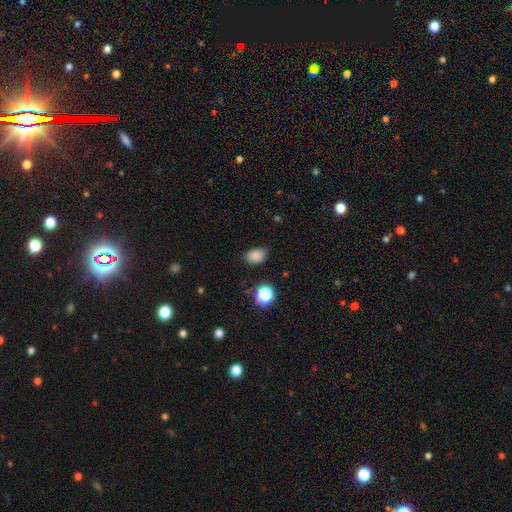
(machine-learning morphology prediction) Overall: smooth (83%). How rounded: in between (81%). Merging: none (76%).